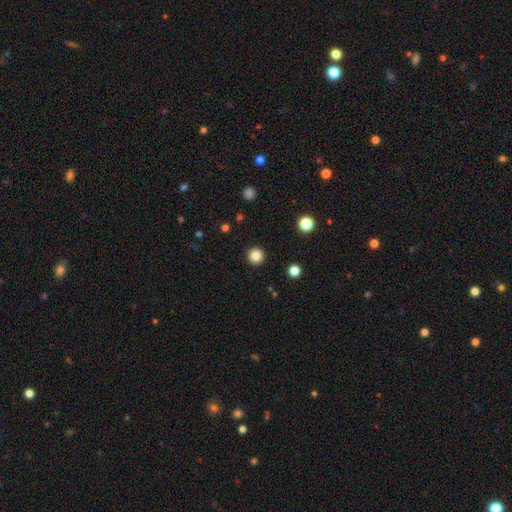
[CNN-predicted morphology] Smooth or featured?
  - smooth: 83% *
  - star or artifact: 12%
  - featured or disk: 5%
How rounded?
  - round: 96% *
  - in between: 3%
  - cigar-shaped: 1%
Merging?
  - none: 93% *
  - minor disturbance: 4%
  - major disturbance: 2%
  - merger: 1%